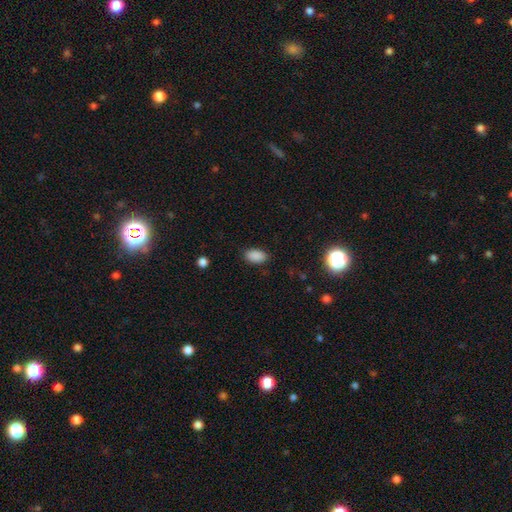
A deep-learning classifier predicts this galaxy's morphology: A smooth galaxy with no disk features (88%) that is in between round and cigar-shaped (92%).

Vote fractions:
- Smooth or featured? smooth: 88% / star or artifact: 10% / featured or disk: 3%
- How rounded? in between: 92% / round: 6% / cigar-shaped: 2%
- Merging? none: 86% / minor disturbance: 10% / major disturbance: 3% / merger: 1%